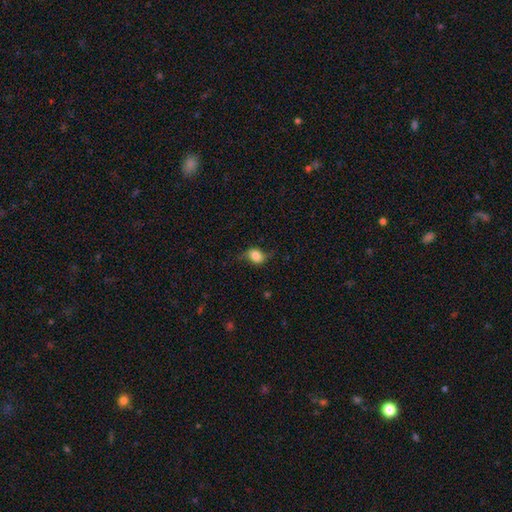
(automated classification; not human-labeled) Smooth or featured: smooth — 68% (featured or disk — 22%)
How rounded: in between — 56% (round — 42%)
Merging: none — 64% (minor disturbance — 24%)